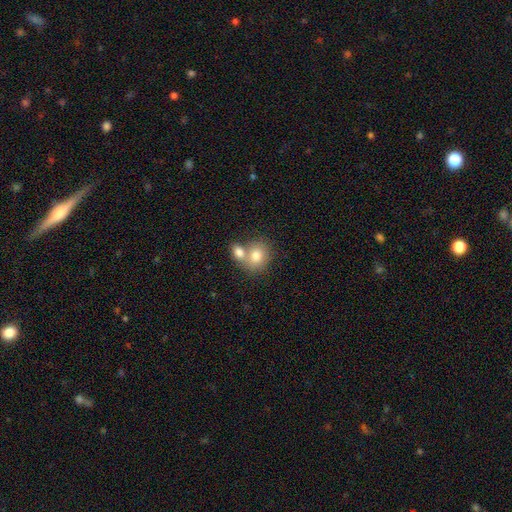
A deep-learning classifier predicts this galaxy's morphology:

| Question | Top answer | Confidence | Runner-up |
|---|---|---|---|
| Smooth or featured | smooth | 77% | featured or disk (15%) |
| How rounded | round | 63% | in between (36%) |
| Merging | merger | 56% | none (33%) |